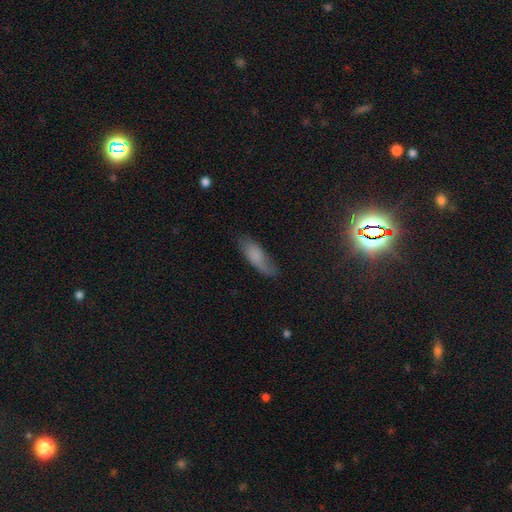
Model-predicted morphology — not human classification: A smooth galaxy with no disk features (71%) that is in between round and cigar-shaped (63%).

Vote fractions:
- Smooth or featured? smooth: 71% / featured or disk: 21% / star or artifact: 8%
- How rounded? in between: 63% / cigar-shaped: 34% / round: 2%
- Merging? none: 61% / minor disturbance: 28% / major disturbance: 9% / merger: 2%